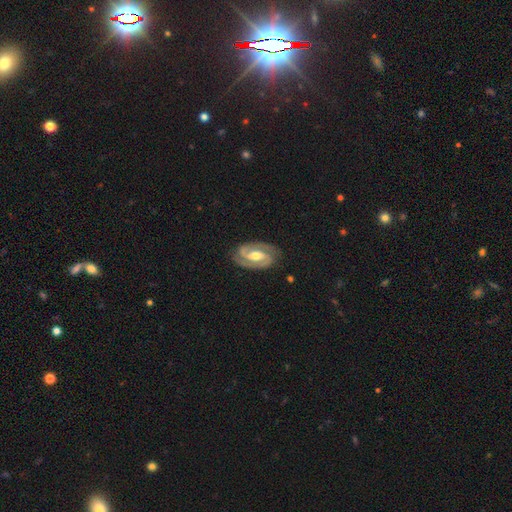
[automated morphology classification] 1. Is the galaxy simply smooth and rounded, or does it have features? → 92% featured or disk, 5% smooth, 4% star or artifact.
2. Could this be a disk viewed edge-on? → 97% no, 3% yes.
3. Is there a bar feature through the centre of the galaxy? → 41% strong, 38% weak, 21% no.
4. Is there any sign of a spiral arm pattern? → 98% yes, 2% no.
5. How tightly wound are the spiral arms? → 53% tight, 40% medium, 6% loose.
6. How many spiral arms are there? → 94% 2, 2% can't tell, 1% 3, 1% 1, 1% 4, 1% more than 4.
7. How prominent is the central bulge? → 71% moderate, 22% small, 5% large, 1% none, 1% dominant.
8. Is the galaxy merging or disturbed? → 85% none, 11% minor disturbance, 3% major disturbance, 1% merger.